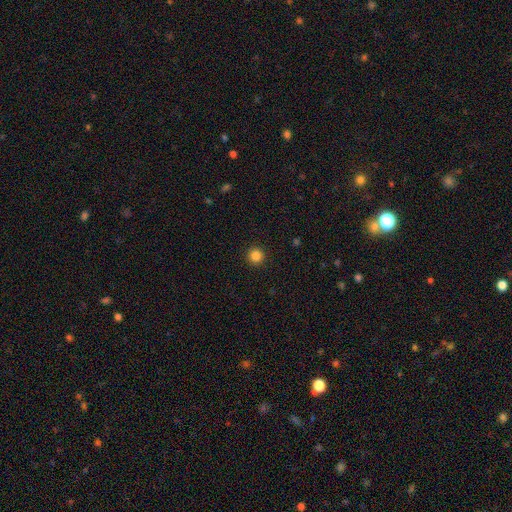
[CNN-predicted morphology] Q: Smooth or featured?
A: smooth (85%); runner-up: star or artifact (12%)
Q: How rounded?
A: round (96%); runner-up: in between (3%)
Q: Merging?
A: none (93%); runner-up: minor disturbance (4%)